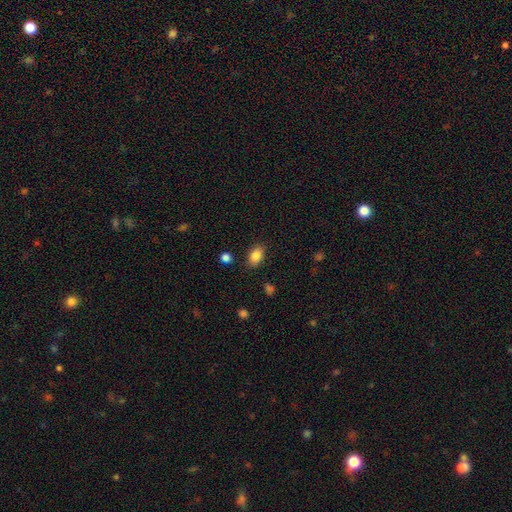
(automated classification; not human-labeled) This is clearly a smooth galaxy (86%). How rounded: clearly in between (84%). Merging: clearly none (85%).